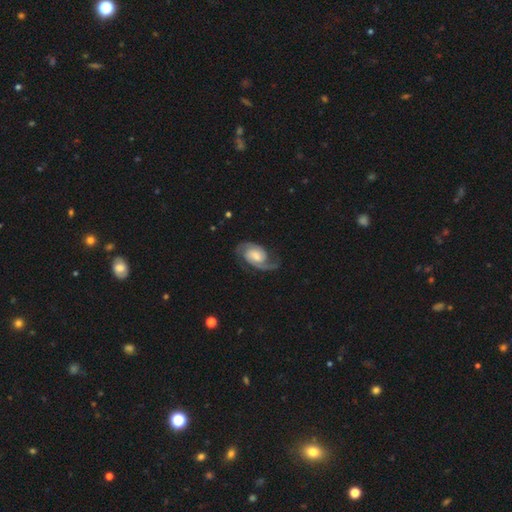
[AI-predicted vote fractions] A featured or disk galaxy (88%) with a weak bar (46%), 2 (91%) medium (51%) spiral arms (98%) and a moderate central bulge (42%). Merging: none (75%).